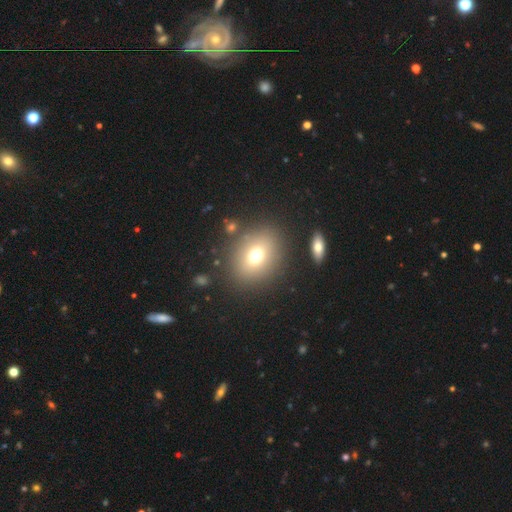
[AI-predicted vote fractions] This appears to be a smooth galaxy with no disk features (71%) that is round (52%). Merging: none (82%).